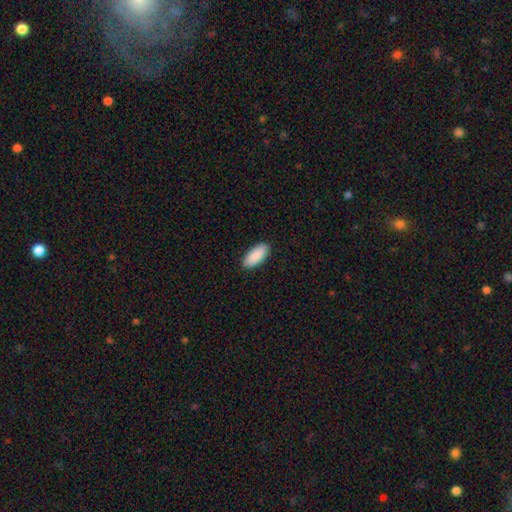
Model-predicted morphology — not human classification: This is clearly a smooth galaxy (91%). How rounded: clearly in between (86%). Merging: clearly none (90%).